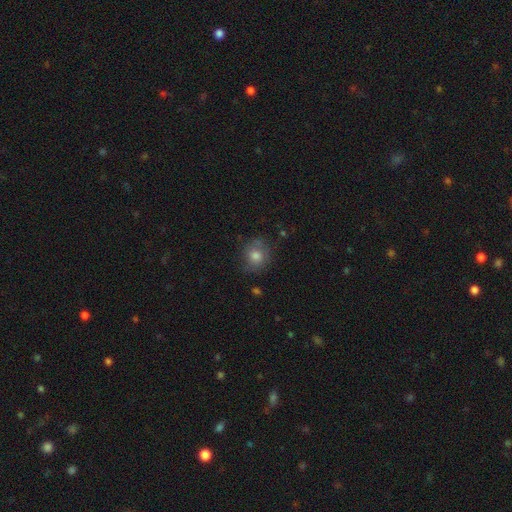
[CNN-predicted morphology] This appears to be a smooth galaxy with no disk features (69%) that is round (79%). Merging: none (71%).